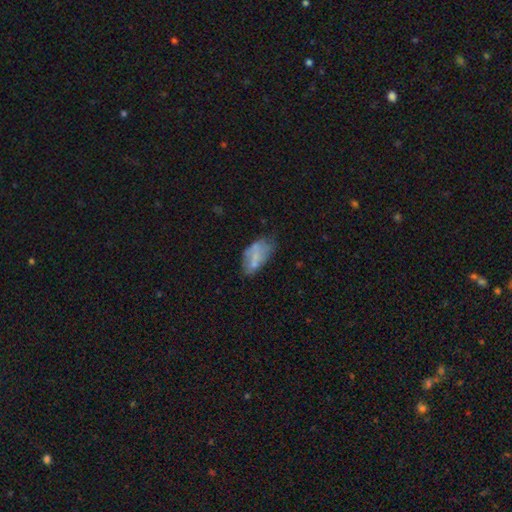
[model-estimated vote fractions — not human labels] smooth-or-featured: smooth: 55% | featured or disk: 35% | star or artifact: 10%
  how-rounded: in between: 92% | cigar-shaped: 4% | round: 4%
  merging: none: 40% | minor disturbance: 31% | major disturbance: 19% | merger: 10%